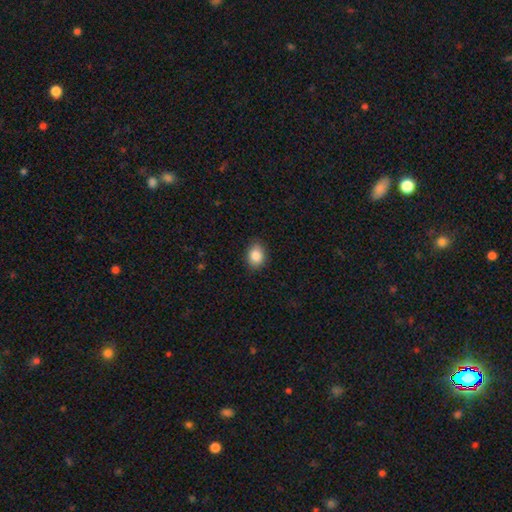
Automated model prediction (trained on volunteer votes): Morphology: type=smooth (87%); roundness=in between (64%); merging=none (86%).